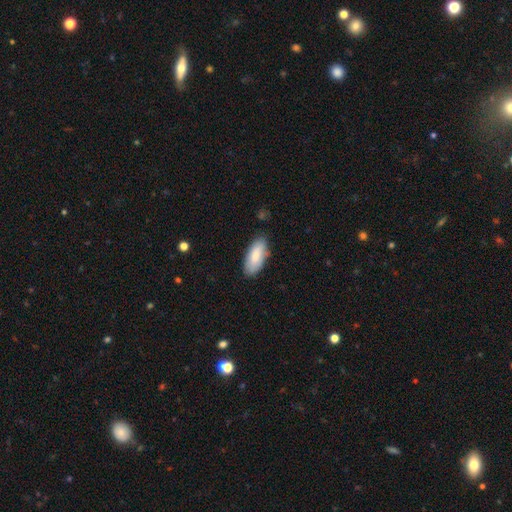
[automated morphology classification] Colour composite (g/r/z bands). It shows a smooth galaxy with no disk features (81%) that is in between round and cigar-shaped (88%). Merging: none (81%).